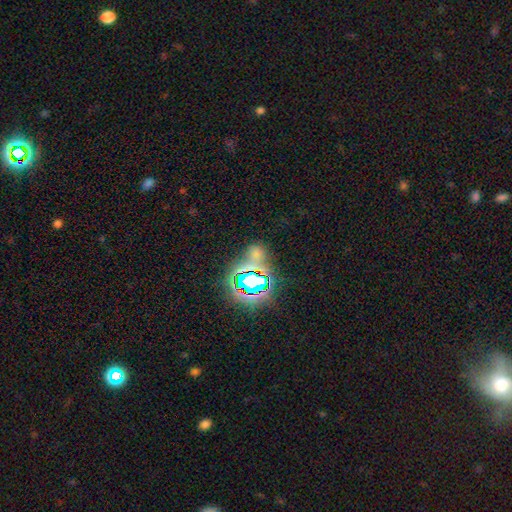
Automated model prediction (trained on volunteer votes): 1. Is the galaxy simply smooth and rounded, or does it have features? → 69% star or artifact, 21% smooth, 9% featured or disk.